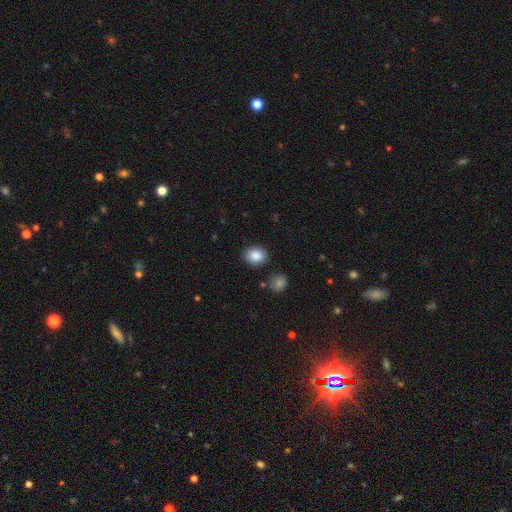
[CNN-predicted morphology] smooth_or_featured: smooth (p=0.88) [alt: star or artifact p=0.08]
how_rounded: in between (p=0.52) [alt: round p=0.47]
merging: none (p=0.85) [alt: minor disturbance p=0.09]